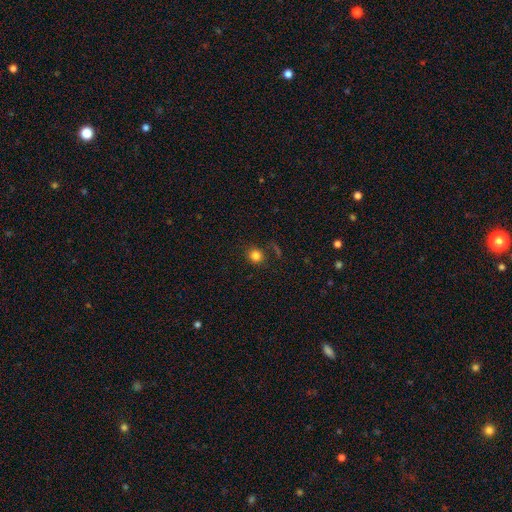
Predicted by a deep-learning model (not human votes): A smooth galaxy with no disk features (81%) that is round (85%).

Vote fractions:
- Smooth or featured? smooth: 81% / star or artifact: 13% / featured or disk: 5%
- How rounded? round: 85% / in between: 14% / cigar-shaped: 1%
- Merging? none: 84% / minor disturbance: 9% / major disturbance: 4% / merger: 3%